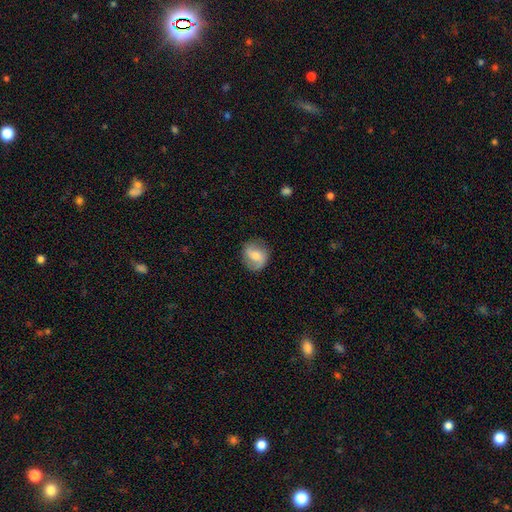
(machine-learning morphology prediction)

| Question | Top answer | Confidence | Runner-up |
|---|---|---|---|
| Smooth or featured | featured or disk | 47% | smooth (46%) |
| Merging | none | 81% | minor disturbance (14%) |